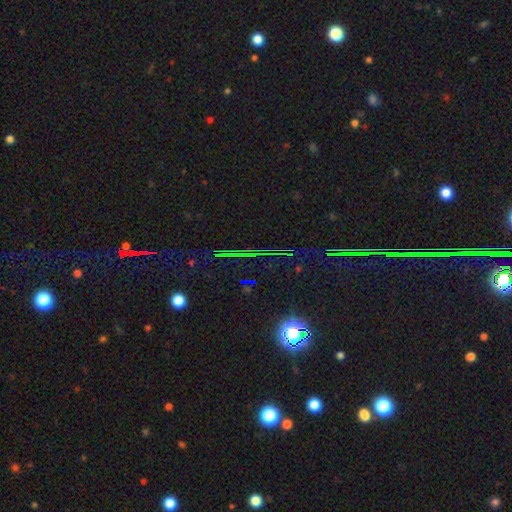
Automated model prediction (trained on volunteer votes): smooth_or_featured: star or artifact (p=0.80) [alt: smooth p=0.10]